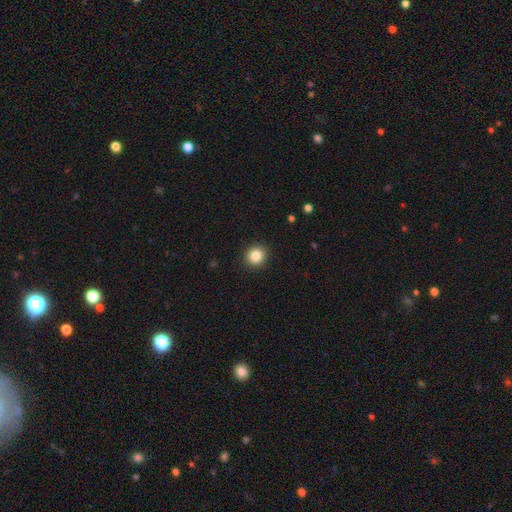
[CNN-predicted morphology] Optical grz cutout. It shows a smooth galaxy with no disk features (85%) that is round (89%). Merging: none (92%).